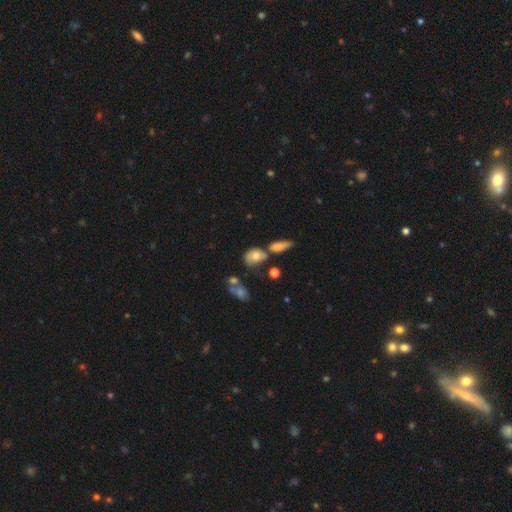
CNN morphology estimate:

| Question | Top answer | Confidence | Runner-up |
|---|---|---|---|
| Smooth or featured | smooth | 71% | featured or disk (17%) |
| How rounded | in between | 60% | round (36%) |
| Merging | none | 43% | merger (28%) |